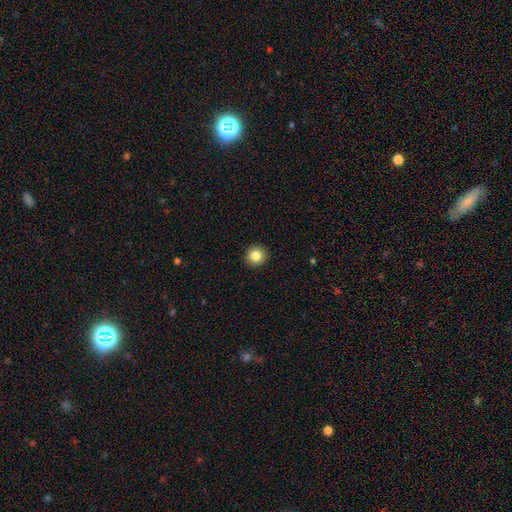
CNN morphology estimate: type=smooth (84%); roundness=round (94%); merging=none (93%).